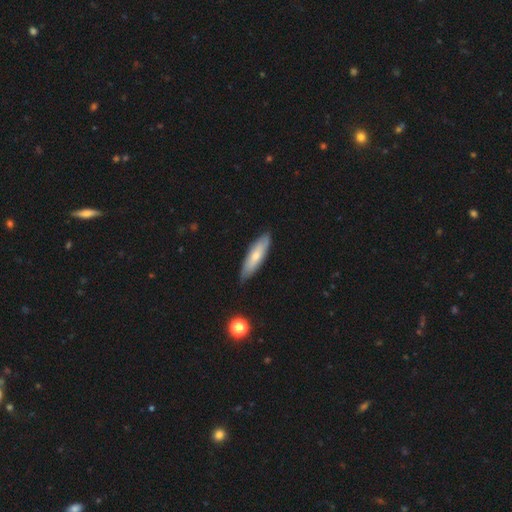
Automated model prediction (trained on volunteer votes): This appears to be a smooth galaxy with no disk features (62%) that is cigar-shaped (59%). Merging: none (82%).